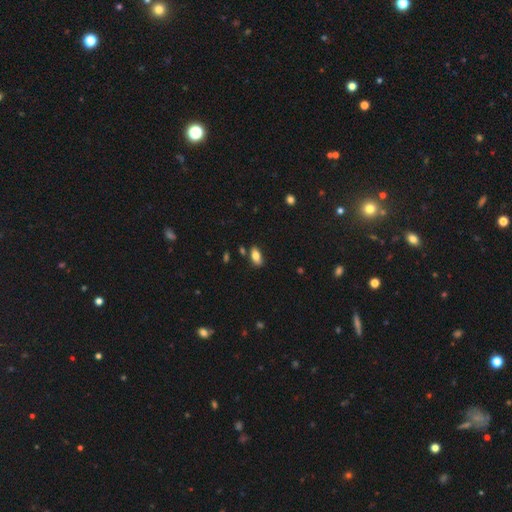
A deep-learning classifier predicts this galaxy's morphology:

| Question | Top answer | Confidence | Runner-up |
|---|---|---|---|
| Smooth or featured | smooth | 81% | featured or disk (11%) |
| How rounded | in between | 89% | cigar-shaped (8%) |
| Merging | none | 80% | minor disturbance (13%) |